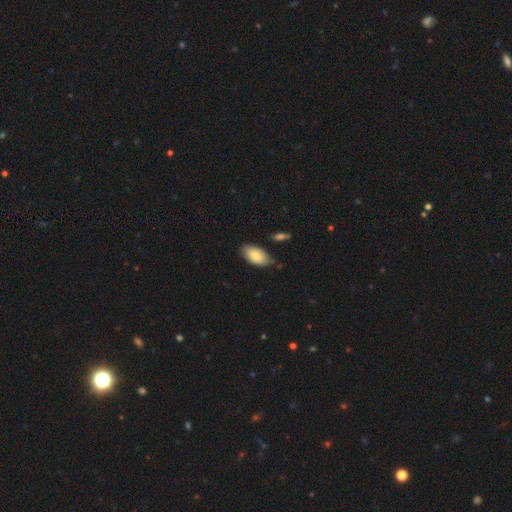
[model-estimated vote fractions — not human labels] The model was most divided on "merging": none: 72%, minor disturbance: 21%, major disturbance: 3%, merger: 3%. More confident: how rounded — in between (95%); smooth or featured — smooth (82%).